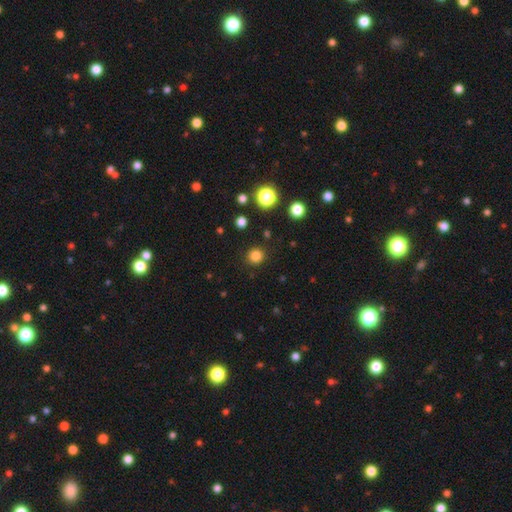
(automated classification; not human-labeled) This appears to be a smooth galaxy with no disk features (82%) that is round (93%). Merging: none (90%).